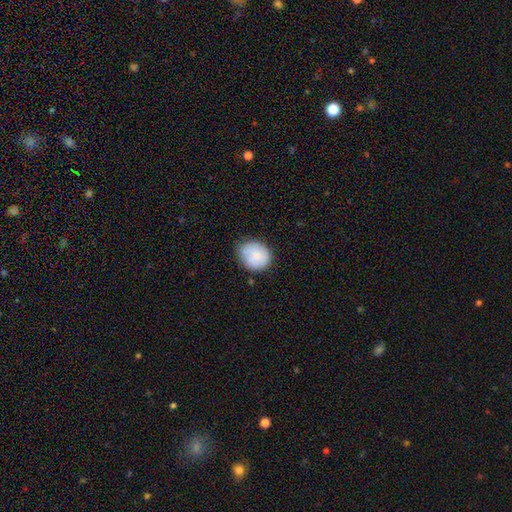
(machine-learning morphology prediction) Q: Smooth or featured?
A: smooth (80%); runner-up: featured or disk (13%)
Q: How rounded?
A: round (63%); runner-up: in between (36%)
Q: Merging?
A: none (60%); runner-up: minor disturbance (30%)